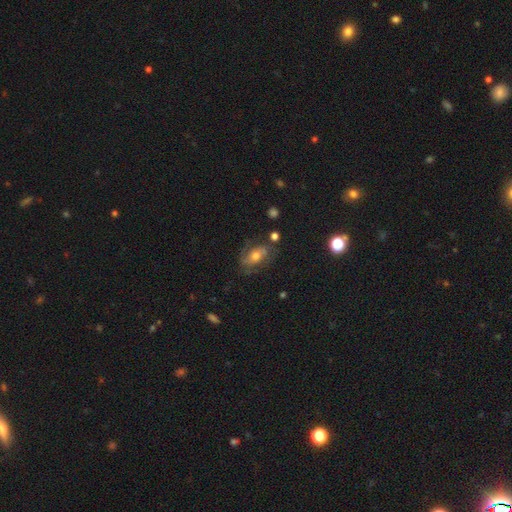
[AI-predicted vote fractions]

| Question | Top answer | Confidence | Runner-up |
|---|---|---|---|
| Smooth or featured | featured or disk | 59% | smooth (32%) |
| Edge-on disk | no | 93% | yes (7%) |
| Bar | no | 64% | weak (26%) |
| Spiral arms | yes | 77% | no (23%) |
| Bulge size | moderate | 65% | small (18%) |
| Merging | none | 62% | minor disturbance (21%) |